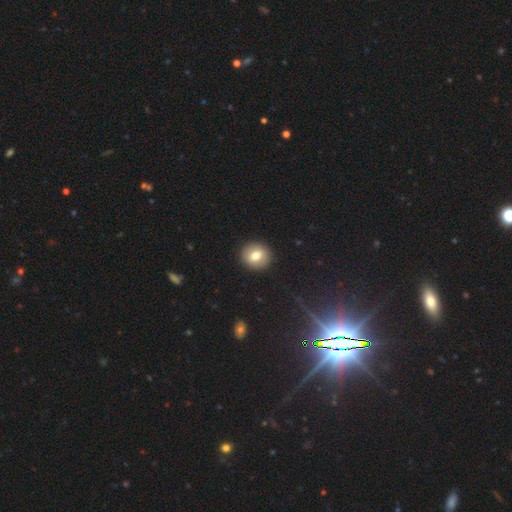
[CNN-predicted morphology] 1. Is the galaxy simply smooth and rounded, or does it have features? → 77% smooth, 14% featured or disk, 9% star or artifact.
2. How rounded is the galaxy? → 87% round, 12% in between, 1% cigar-shaped.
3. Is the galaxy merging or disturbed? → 92% none, 5% minor disturbance, 2% major disturbance, 1% merger.